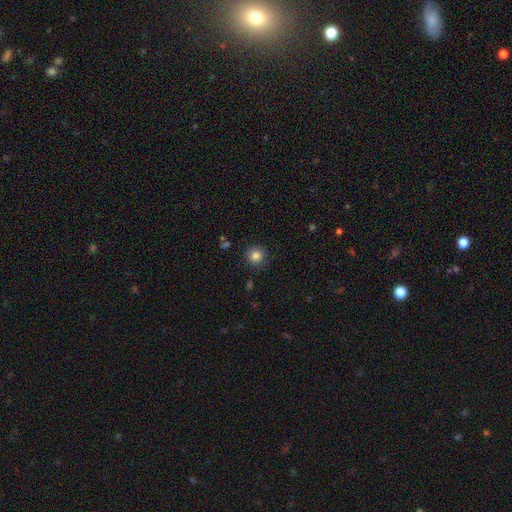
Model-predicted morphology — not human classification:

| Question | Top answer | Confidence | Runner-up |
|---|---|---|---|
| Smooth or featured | smooth | 84% | star or artifact (11%) |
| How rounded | round | 93% | in between (6%) |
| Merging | none | 89% | minor disturbance (7%) |